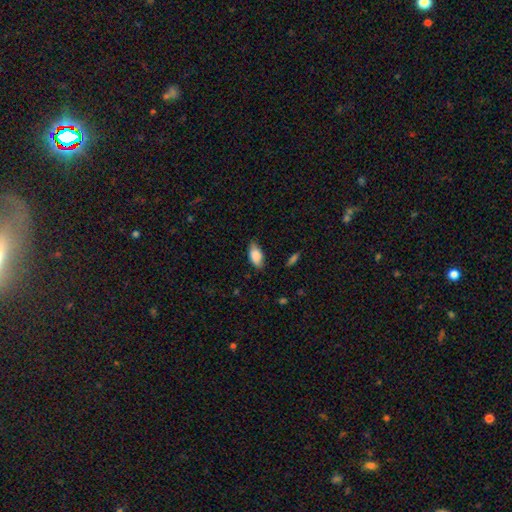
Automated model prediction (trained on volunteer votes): Smooth or featured: smooth — 86% (featured or disk — 8%)
How rounded: in between — 90% (cigar-shaped — 6%)
Merging: none — 78% (minor disturbance — 18%)